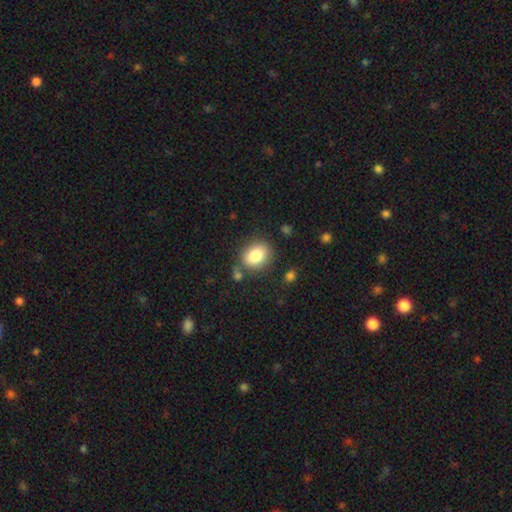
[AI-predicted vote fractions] This is clearly a smooth galaxy (83%). How rounded: possibly in between (57%). Merging: likely none (74%).